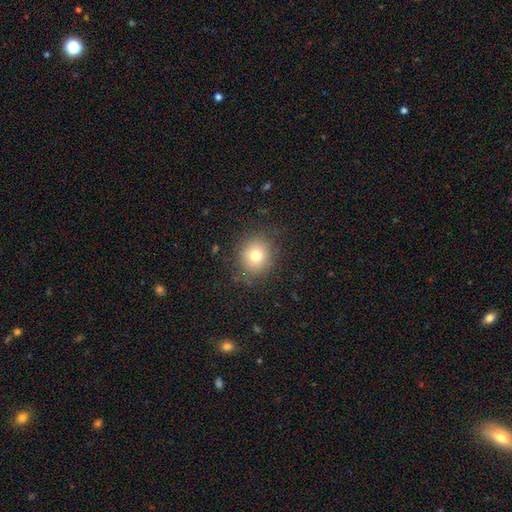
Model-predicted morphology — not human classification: Overall: smooth (76%). How rounded: round (84%). Merging: none (85%).